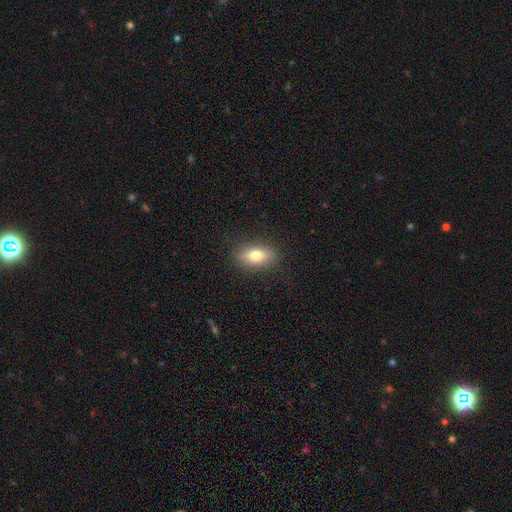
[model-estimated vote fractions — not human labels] A smooth galaxy with no disk features (72%) that is in between round and cigar-shaped (79%).

Vote fractions:
- Smooth or featured? smooth: 72% / featured or disk: 20% / star or artifact: 8%
- How rounded? in between: 79% / cigar-shaped: 12% / round: 9%
- Merging? none: 86% / minor disturbance: 10% / major disturbance: 3% / merger: 1%